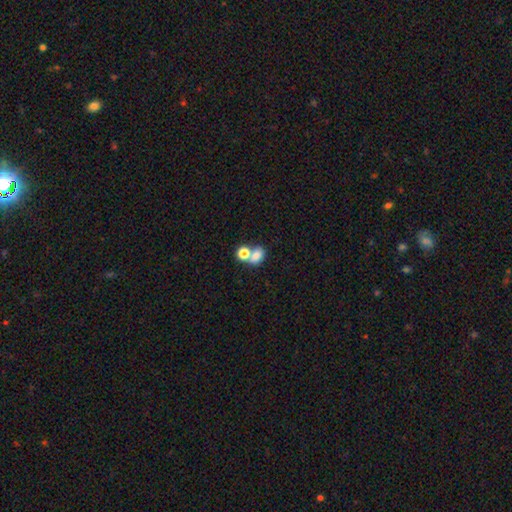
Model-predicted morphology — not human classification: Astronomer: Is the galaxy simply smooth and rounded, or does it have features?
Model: smooth — 78%.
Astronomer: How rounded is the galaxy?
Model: in between — 63%.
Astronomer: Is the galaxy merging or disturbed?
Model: merger — 52% (runner-up: none, 35%).